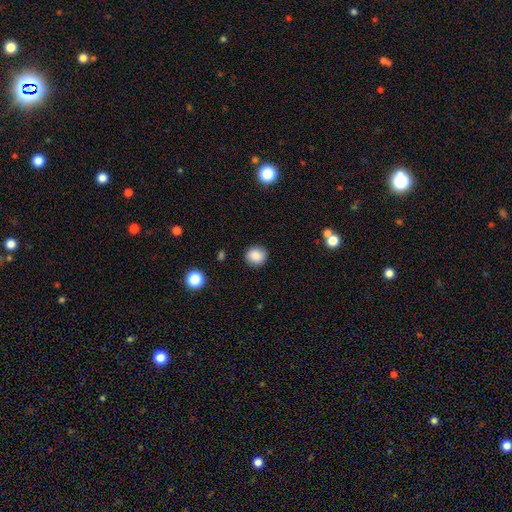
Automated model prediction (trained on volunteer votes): Q: Smooth or featured?
A: smooth (86%); runner-up: star or artifact (9%)
Q: How rounded?
A: round (88%); runner-up: in between (11%)
Q: Merging?
A: none (89%); runner-up: minor disturbance (7%)